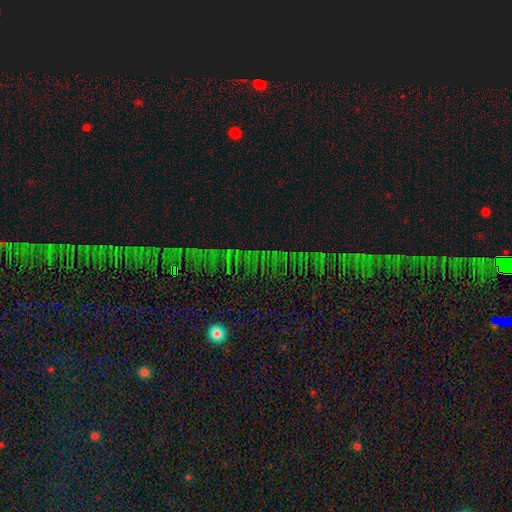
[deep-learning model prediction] smooth_or_featured: star or artifact (p=0.77) [alt: smooth p=0.13]